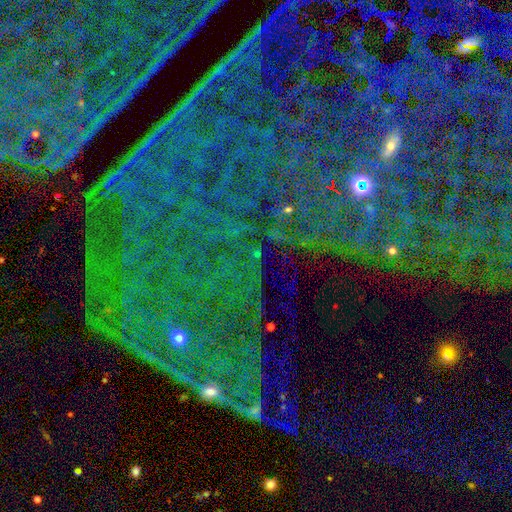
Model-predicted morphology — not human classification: Smooth or featured?
  - star or artifact: 85% *
  - featured or disk: 8%
  - smooth: 7%